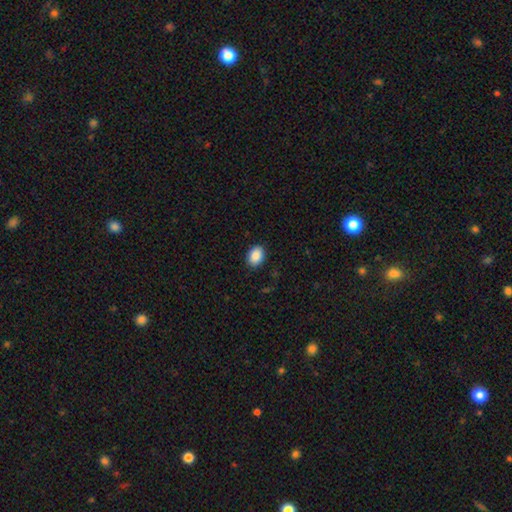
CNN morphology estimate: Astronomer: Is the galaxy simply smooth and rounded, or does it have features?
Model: smooth — 89%.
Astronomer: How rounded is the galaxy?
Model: in between — 71%.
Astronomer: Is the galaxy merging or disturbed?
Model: none — 90%.